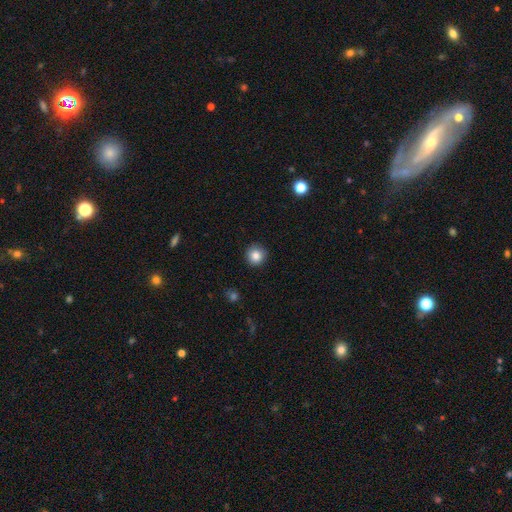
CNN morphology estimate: Q: Smooth or featured?
A: smooth (85%); runner-up: star or artifact (10%)
Q: How rounded?
A: round (94%); runner-up: in between (5%)
Q: Merging?
A: none (91%); runner-up: minor disturbance (6%)